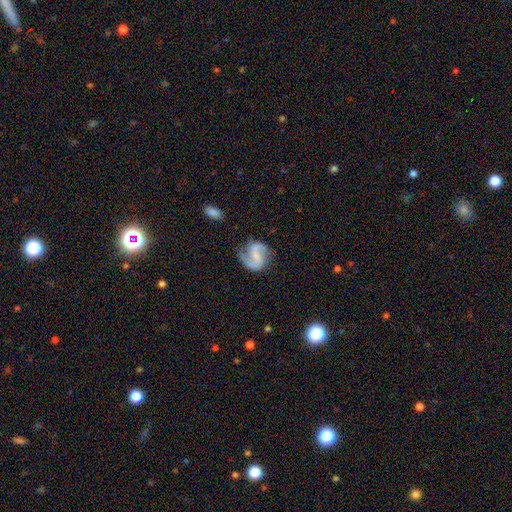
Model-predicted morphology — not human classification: This appears to be a featured or disk galaxy (81%) with a weak bar (44%), 2 (89%) medium (47%) spiral arms (95%) and no central bulge (47%). Merging: none (71%).